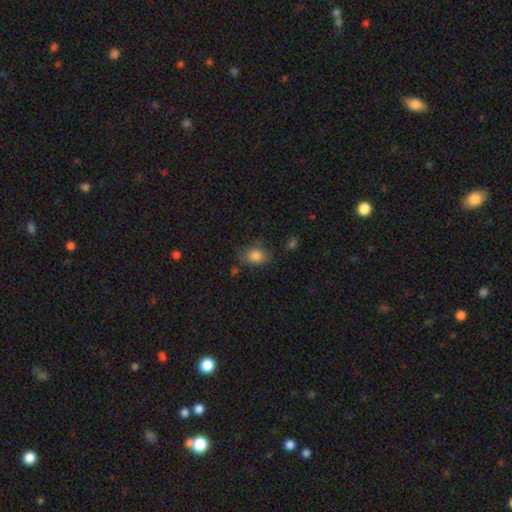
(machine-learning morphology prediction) Smooth or featured? Predicted: smooth (p=0.82). How rounded? Predicted: in between (p=0.70). Merging? Predicted: none (p=0.66).